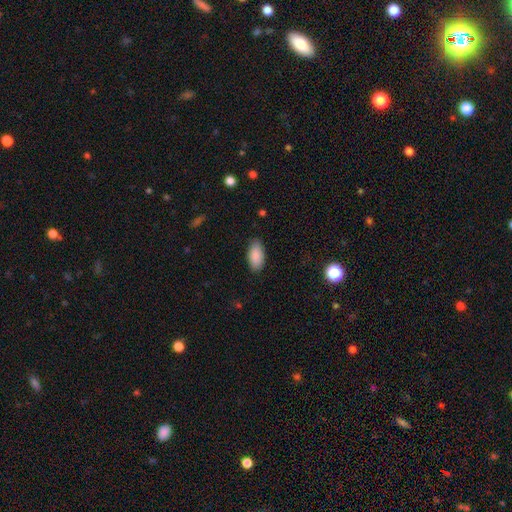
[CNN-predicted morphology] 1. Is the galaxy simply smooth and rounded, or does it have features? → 89% smooth, 7% star or artifact, 4% featured or disk.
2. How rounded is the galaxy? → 93% in between, 5% cigar-shaped, 2% round.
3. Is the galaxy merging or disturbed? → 84% none, 13% minor disturbance, 3% major disturbance, 1% merger.